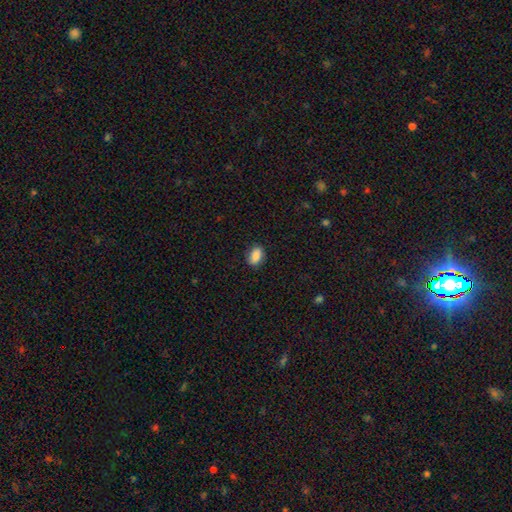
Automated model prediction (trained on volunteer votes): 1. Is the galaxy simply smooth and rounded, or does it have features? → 85% smooth, 8% star or artifact, 7% featured or disk.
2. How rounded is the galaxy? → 82% in between, 16% round, 3% cigar-shaped.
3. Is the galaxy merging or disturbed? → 82% none, 14% minor disturbance, 3% major disturbance, 1% merger.